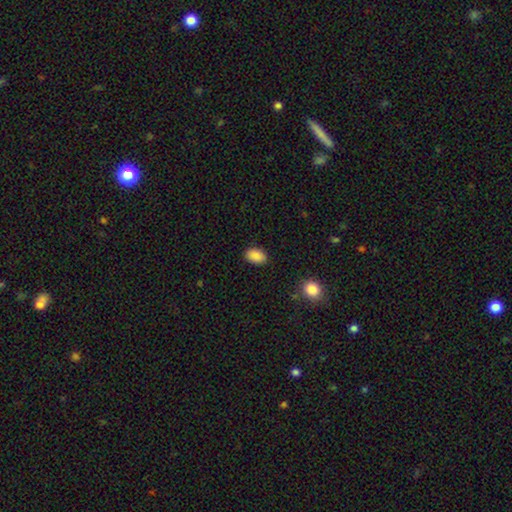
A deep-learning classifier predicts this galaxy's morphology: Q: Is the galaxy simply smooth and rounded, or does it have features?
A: smooth — 89%.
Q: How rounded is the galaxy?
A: in between — 87%.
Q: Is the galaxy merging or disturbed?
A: none — 88%.